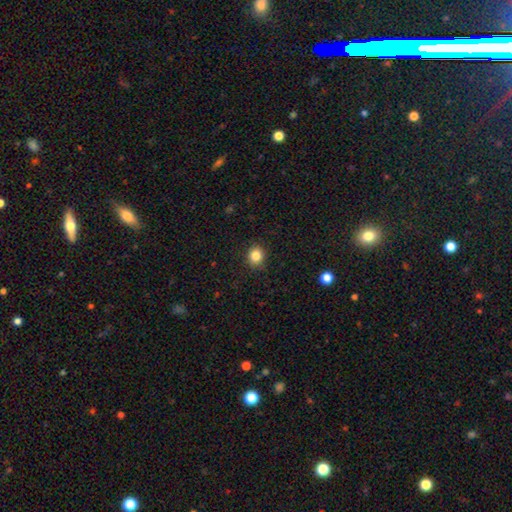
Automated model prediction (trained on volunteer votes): This is clearly a smooth galaxy (85%). How rounded: likely round (76%). Merging: clearly none (89%).